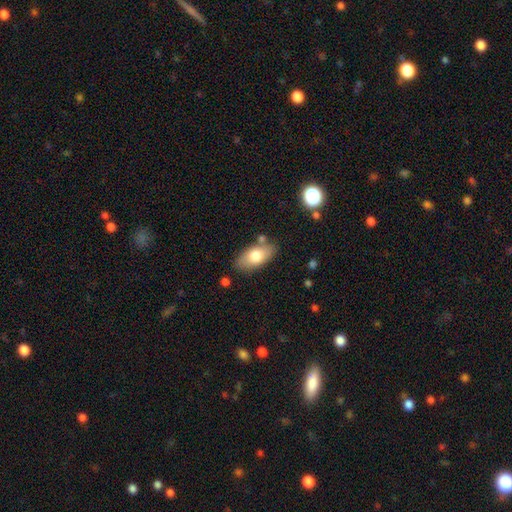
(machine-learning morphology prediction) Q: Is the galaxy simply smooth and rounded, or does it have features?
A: smooth — 73%.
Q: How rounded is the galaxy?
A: in between — 91%.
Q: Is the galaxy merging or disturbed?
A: none — 79%.